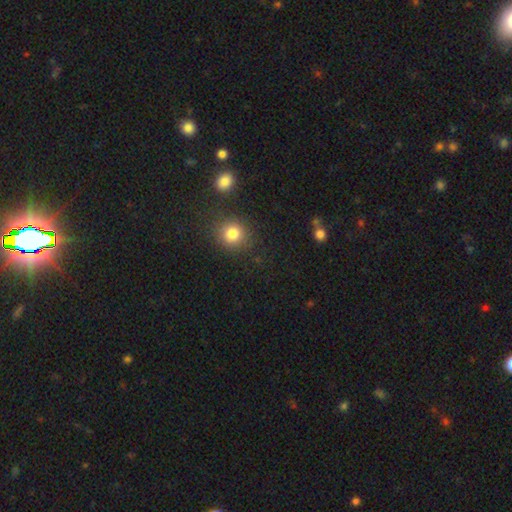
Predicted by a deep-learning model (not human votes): Smooth or featured? Predicted: smooth (p=0.65). How rounded? Predicted: round (p=0.91). Merging? Predicted: none (p=0.88).